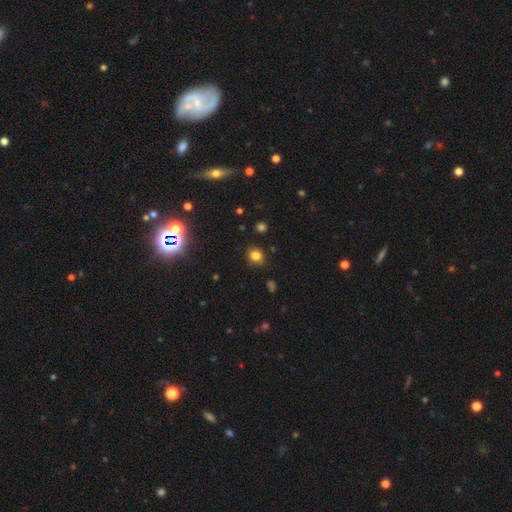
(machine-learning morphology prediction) This appears to be a smooth galaxy with no disk features (79%) that is round (64%). Merging: none (79%).